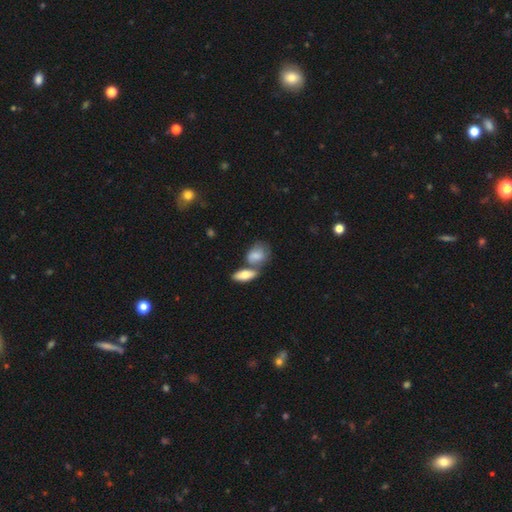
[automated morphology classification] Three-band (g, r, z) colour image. It shows a smooth galaxy with no disk features (75%) that is in between round and cigar-shaped (74%). Merging: merger (39%).